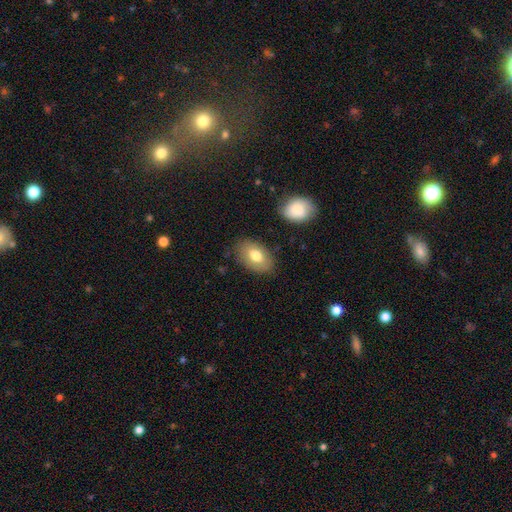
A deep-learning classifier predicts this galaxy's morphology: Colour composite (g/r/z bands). It shows a smooth galaxy with no disk features (76%) that is in between round and cigar-shaped (88%). Merging: none (81%).